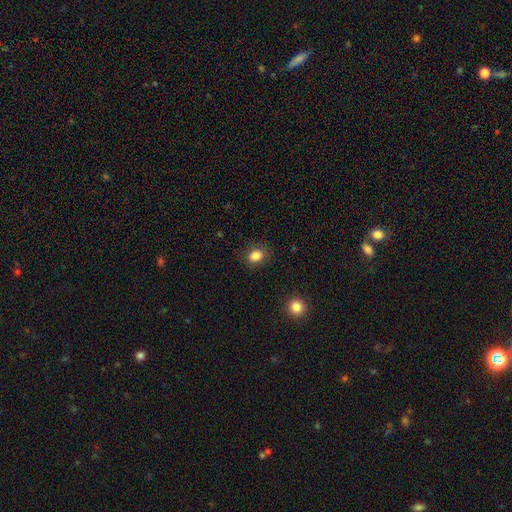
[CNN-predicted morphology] Smooth or featured: smooth — 84% (star or artifact — 11%)
How rounded: round — 56% (in between — 44%)
Merging: none — 87% (minor disturbance — 9%)